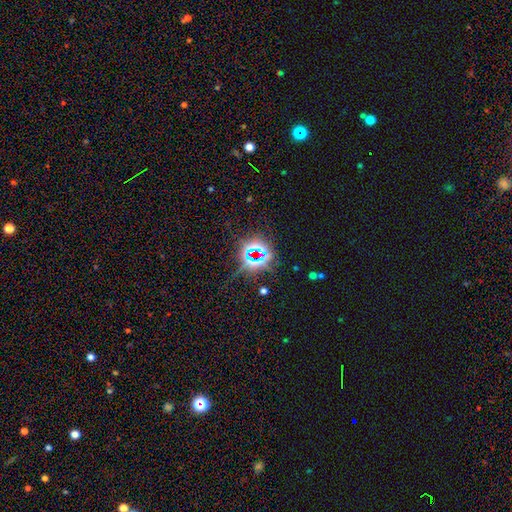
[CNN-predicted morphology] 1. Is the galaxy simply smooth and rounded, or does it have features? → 76% star or artifact, 14% smooth, 10% featured or disk.